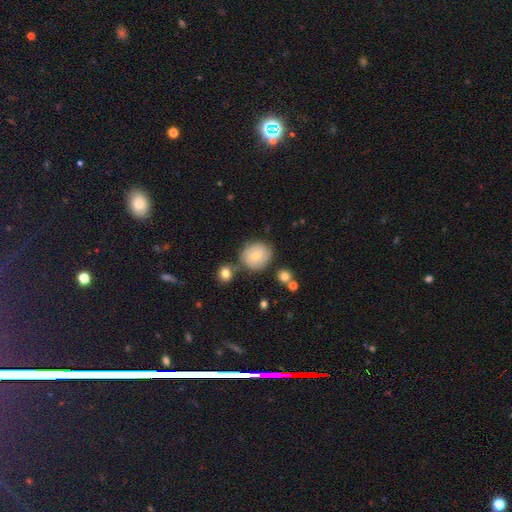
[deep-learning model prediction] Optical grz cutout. It shows a smooth galaxy with no disk features (53%) that is round (85%). Merging: none (67%).